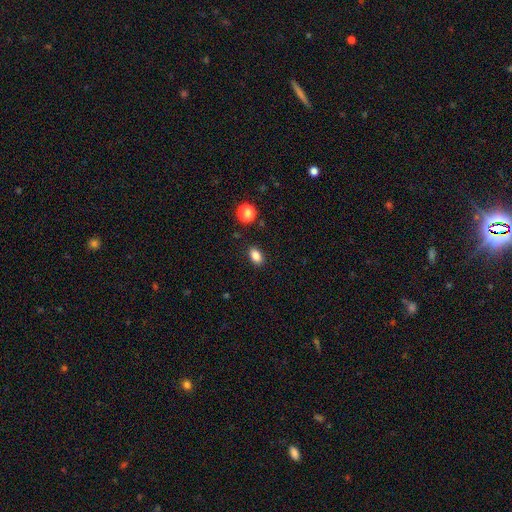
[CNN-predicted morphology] Smooth or featured? Predicted: smooth (p=0.85). How rounded? Predicted: in between (p=0.85). Merging? Predicted: none (p=0.87).